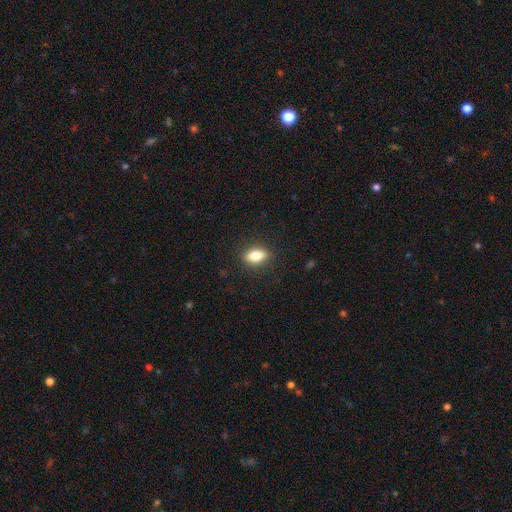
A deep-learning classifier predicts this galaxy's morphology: Smooth or featured: smooth — 79% (featured or disk — 12%)
How rounded: in between — 82% (round — 11%)
Merging: none — 88% (minor disturbance — 9%)